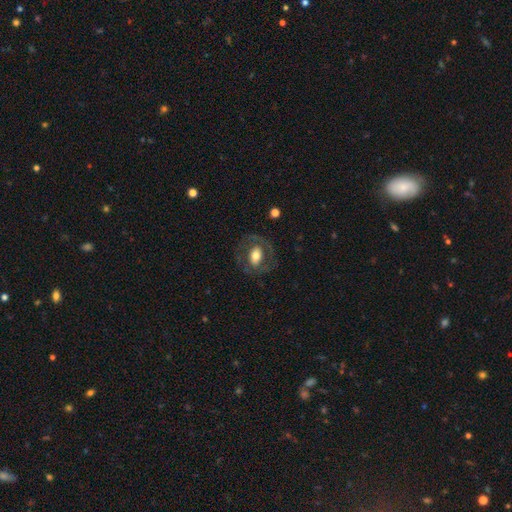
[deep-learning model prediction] Smooth or featured?
  - smooth: 47% *
  - featured or disk: 46%
  - star or artifact: 7%
Merging?
  - none: 70% *
  - minor disturbance: 15%
  - major disturbance: 14%
  - merger: 1%